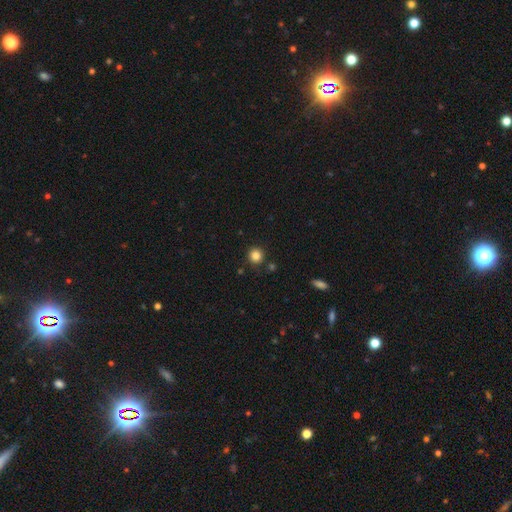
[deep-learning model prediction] A smooth galaxy with no disk features (84%) that is round (94%). Merging: none (88%).